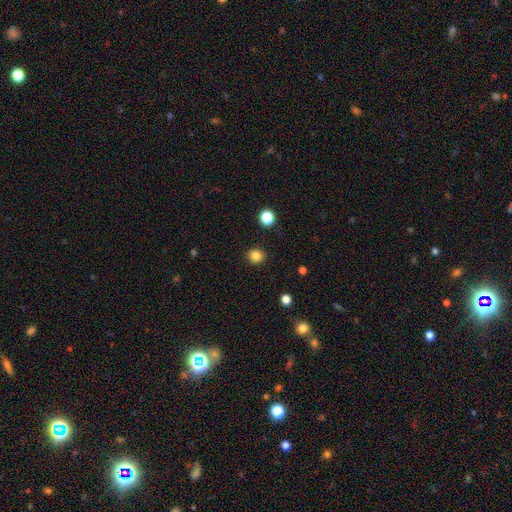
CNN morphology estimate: Q: Smooth or featured?
A: smooth (84%); runner-up: star or artifact (12%)
Q: How rounded?
A: round (90%); runner-up: in between (9%)
Q: Merging?
A: none (92%); runner-up: minor disturbance (5%)